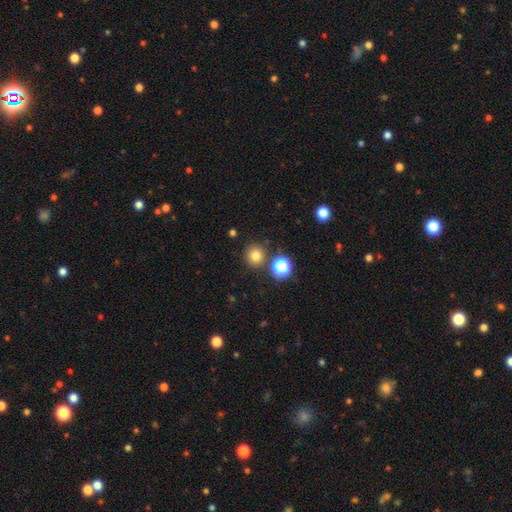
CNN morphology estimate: Q: Smooth or featured?
A: smooth (77%); runner-up: star or artifact (17%)
Q: How rounded?
A: round (92%); runner-up: in between (7%)
Q: Merging?
A: none (84%); runner-up: minor disturbance (7%)